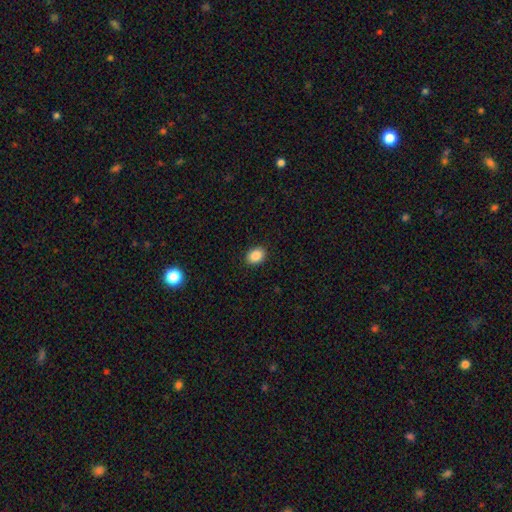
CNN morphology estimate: Smooth or featured?
  - smooth: 88% *
  - star or artifact: 9%
  - featured or disk: 4%
How rounded?
  - in between: 63% *
  - round: 36%
  - cigar-shaped: 1%
Merging?
  - none: 90% *
  - minor disturbance: 7%
  - major disturbance: 2%
  - merger: 1%